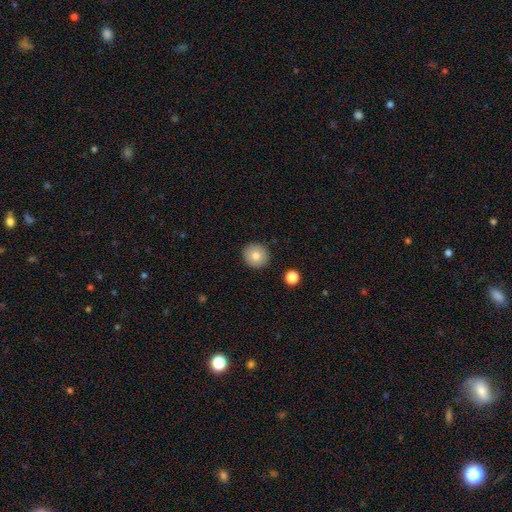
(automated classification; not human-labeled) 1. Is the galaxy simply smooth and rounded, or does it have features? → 80% smooth, 12% featured or disk, 9% star or artifact.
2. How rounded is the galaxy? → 92% round, 7% in between, 1% cigar-shaped.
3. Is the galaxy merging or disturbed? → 91% none, 6% minor disturbance, 2% major disturbance, 1% merger.